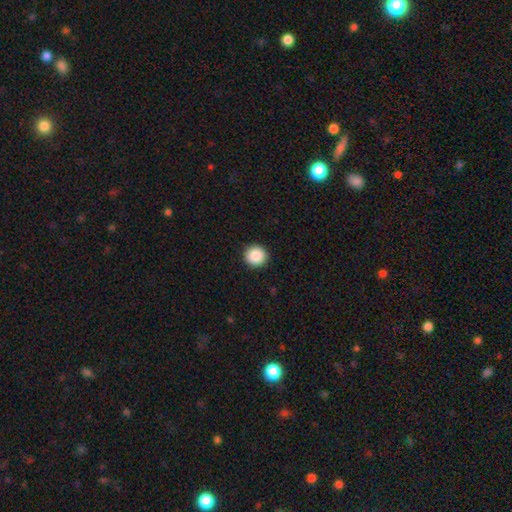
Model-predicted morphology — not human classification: The model was most divided on "smooth or featured": smooth: 89%, star or artifact: 8%, featured or disk: 3%. More confident: how rounded — round (95%); merging — none (93%).